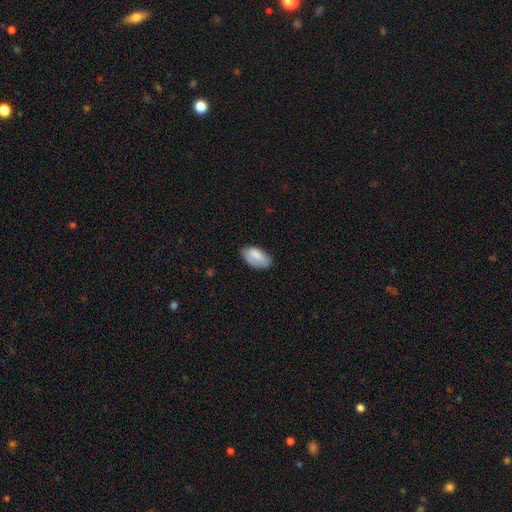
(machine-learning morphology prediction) A smooth galaxy with no disk features (81%) that is in between round and cigar-shaped (94%). Merging: none (69%).